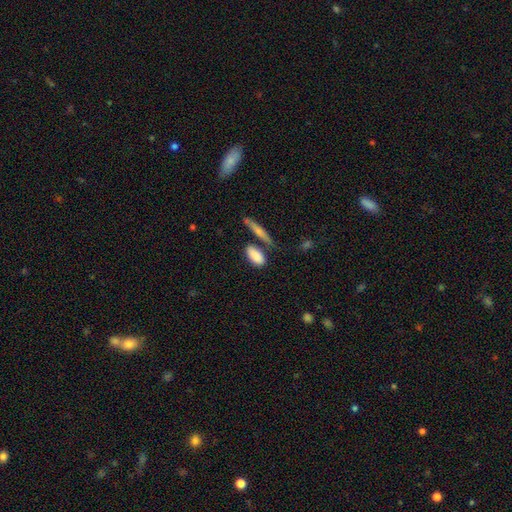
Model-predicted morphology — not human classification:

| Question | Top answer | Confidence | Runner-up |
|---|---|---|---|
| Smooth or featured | smooth | 85% | featured or disk (8%) |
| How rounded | in between | 82% | cigar-shaped (13%) |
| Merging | none | 62% | minor disturbance (16%) |